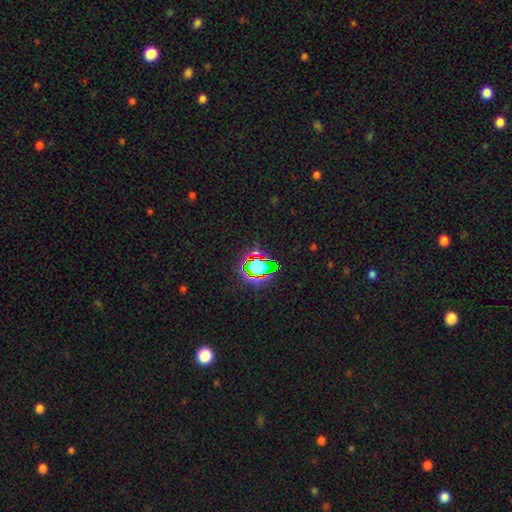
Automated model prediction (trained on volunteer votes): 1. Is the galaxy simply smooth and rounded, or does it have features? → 74% star or artifact, 17% smooth, 9% featured or disk.